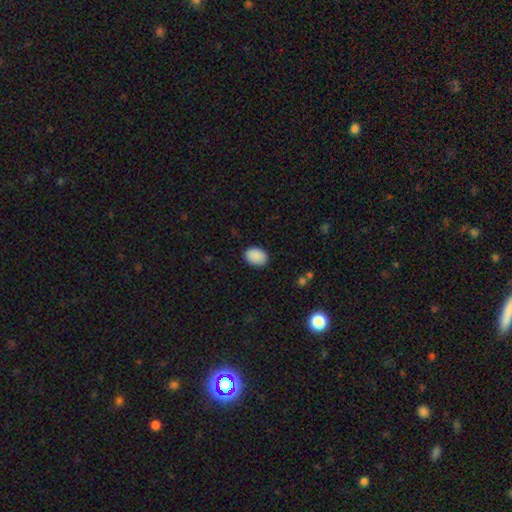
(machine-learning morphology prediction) This is clearly a smooth galaxy (90%). How rounded: likely in between (77%). Merging: clearly none (87%).